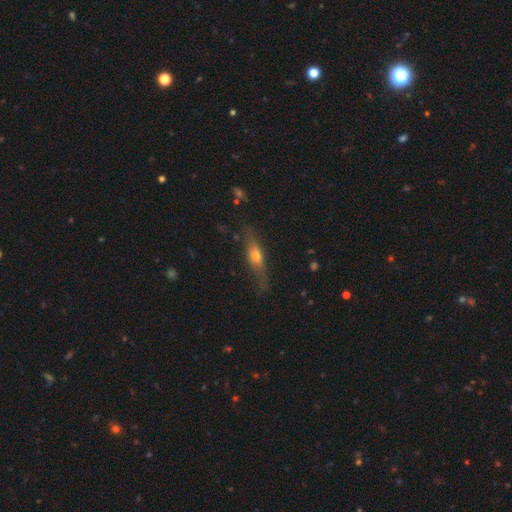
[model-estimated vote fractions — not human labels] smooth_or_featured: featured or disk (p=0.49) [alt: smooth p=0.42]
merging: none (p=0.71) [alt: minor disturbance p=0.19]